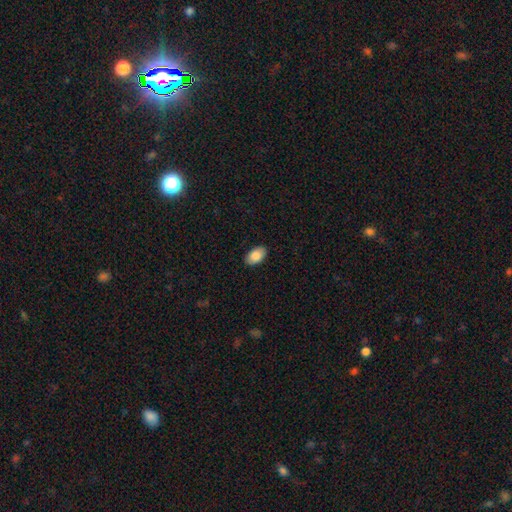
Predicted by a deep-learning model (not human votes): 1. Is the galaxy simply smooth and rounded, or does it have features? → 87% smooth, 7% featured or disk, 6% star or artifact.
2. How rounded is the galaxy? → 93% in between, 5% round, 1% cigar-shaped.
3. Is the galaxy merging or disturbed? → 89% none, 8% minor disturbance, 2% major disturbance, 1% merger.